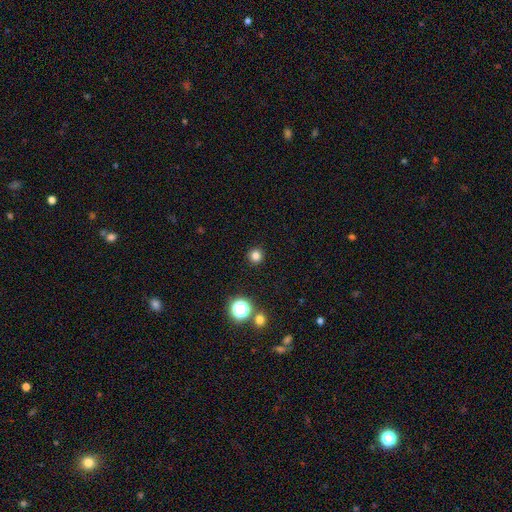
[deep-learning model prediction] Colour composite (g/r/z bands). It shows a smooth galaxy with no disk features (80%) that is round (95%). Merging: none (92%).